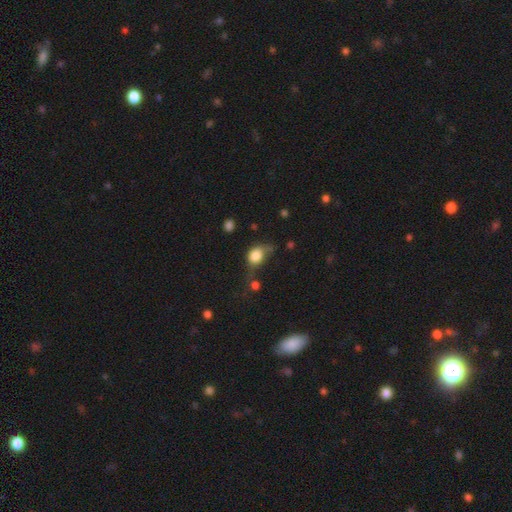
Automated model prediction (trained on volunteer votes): Morphology: type=smooth (80%); roundness=round (52%); merging=minor disturbance (32%, tied with none).